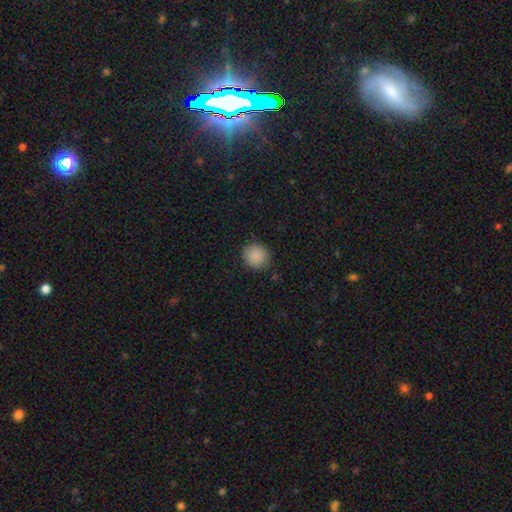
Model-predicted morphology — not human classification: Smooth or featured? Predicted: smooth (p=0.89). How rounded? Predicted: round (p=0.90). Merging? Predicted: none (p=0.89).